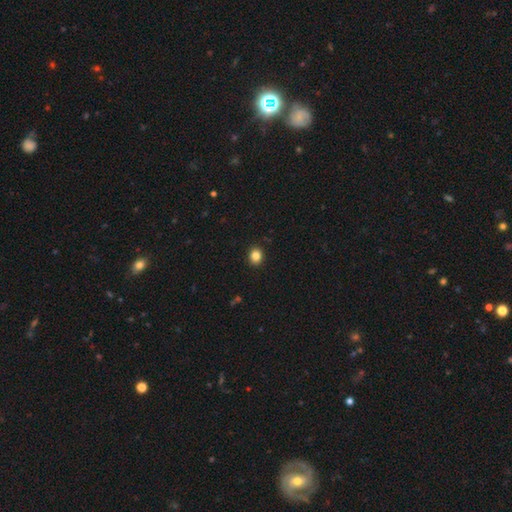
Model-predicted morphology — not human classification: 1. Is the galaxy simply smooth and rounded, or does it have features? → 85% smooth, 11% star or artifact, 5% featured or disk.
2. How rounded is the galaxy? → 71% round, 29% in between, 1% cigar-shaped.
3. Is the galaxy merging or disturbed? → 92% none, 6% minor disturbance, 2% major disturbance, 1% merger.